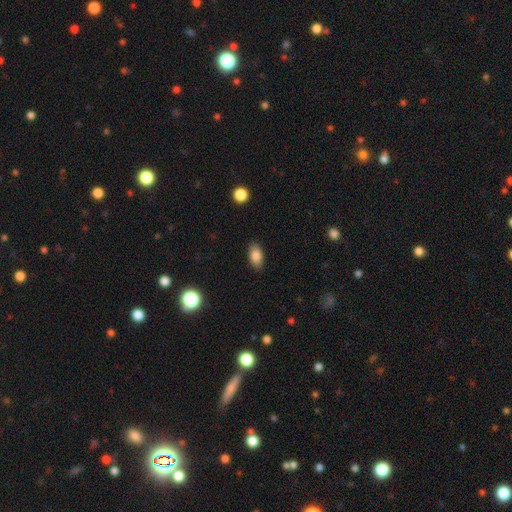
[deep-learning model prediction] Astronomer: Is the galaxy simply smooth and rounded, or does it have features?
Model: smooth — 84%.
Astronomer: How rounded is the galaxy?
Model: in between — 91%.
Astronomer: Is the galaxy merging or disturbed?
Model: none — 88%.